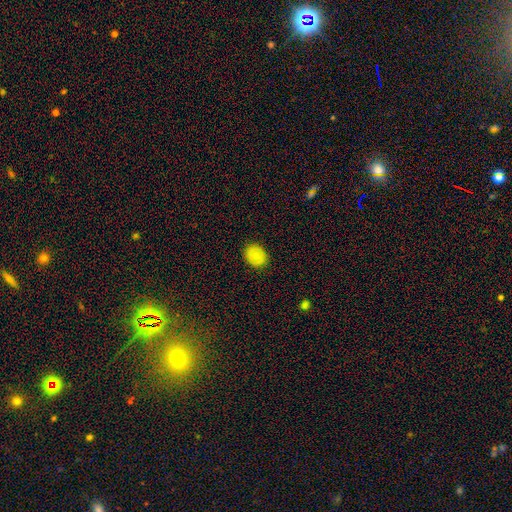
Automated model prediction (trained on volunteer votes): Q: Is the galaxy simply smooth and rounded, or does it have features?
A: smooth — 74%.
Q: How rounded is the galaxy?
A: round — 64%.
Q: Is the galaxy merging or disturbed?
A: none — 89%.